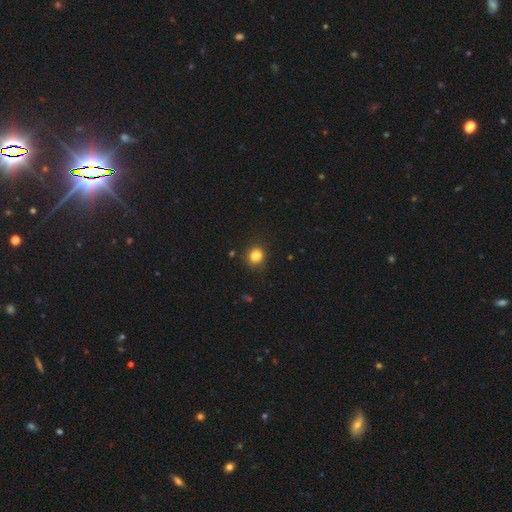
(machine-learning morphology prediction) A smooth galaxy with no disk features (83%) that is round (75%). Merging: none (84%).